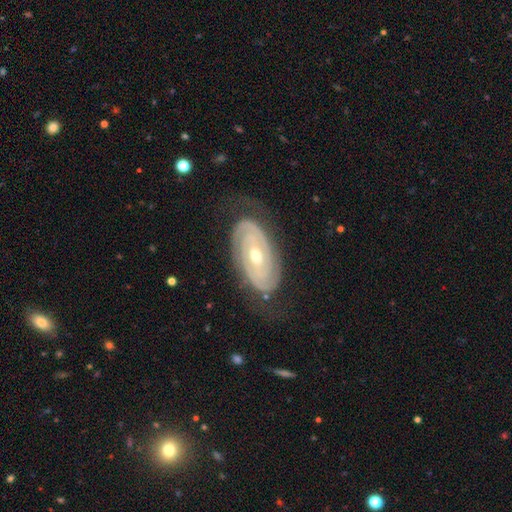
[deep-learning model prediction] Smooth or featured?
  - featured or disk: 89% *
  - smooth: 7%
  - star or artifact: 5%
Edge-on disk?
  - no: 94% *
  - yes: 6%
Bar?
  - no: 53% *
  - weak: 31%
  - strong: 16%
Spiral arms?
  - yes: 96% *
  - no: 4%
Spiral winding?
  - tight: 78% *
  - medium: 18%
  - loose: 4%
Spiral arm count?
  - 2: 75% *
  - can't tell: 12%
  - 3: 6%
  - 4: 2%
  - 1: 2%
  - more than 4: 2%
Bulge size?
  - moderate: 68% *
  - small: 27%
  - large: 4%
  - dominant: 1%
  - none: 1%
Merging?
  - none: 76% *
  - minor disturbance: 15%
  - major disturbance: 7%
  - merger: 1%